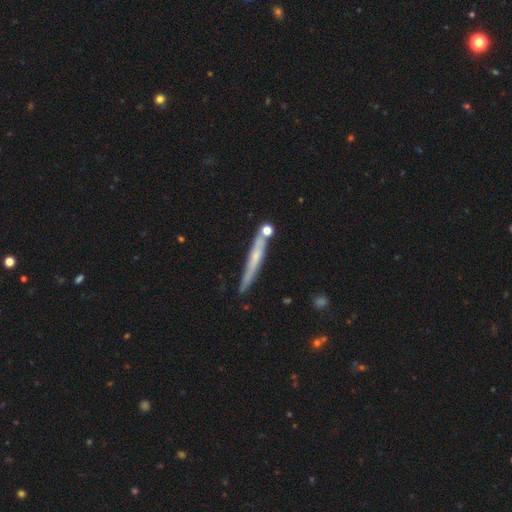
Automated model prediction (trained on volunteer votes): The model was most divided on "smooth or featured": featured or disk: 49%, smooth: 43%, star or artifact: 8%. More confident: merging — none (74%).